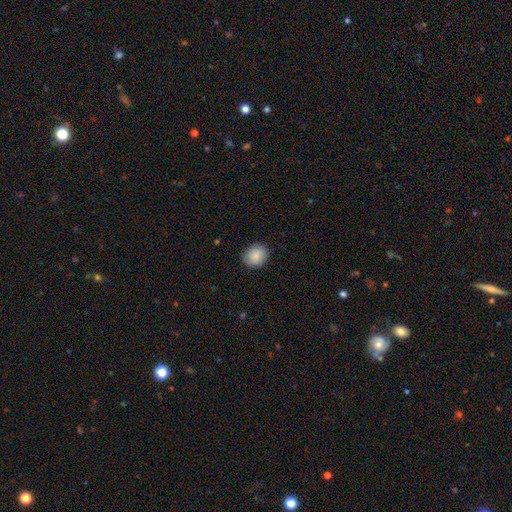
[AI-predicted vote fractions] Morphology: type=smooth (87%); roundness=round (60%); merging=none (85%).